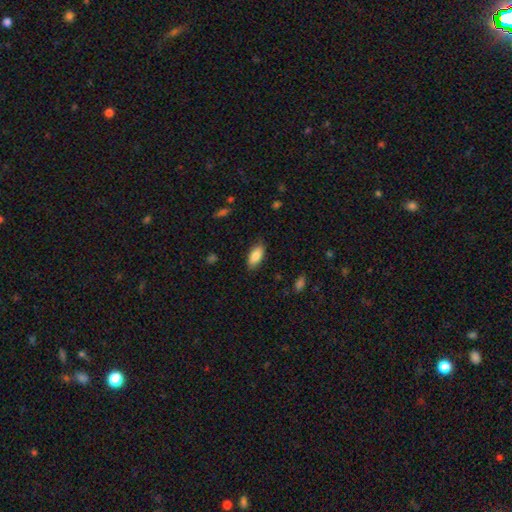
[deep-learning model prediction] Overall: smooth (85%). How rounded: in between (87%). Merging: none (84%).